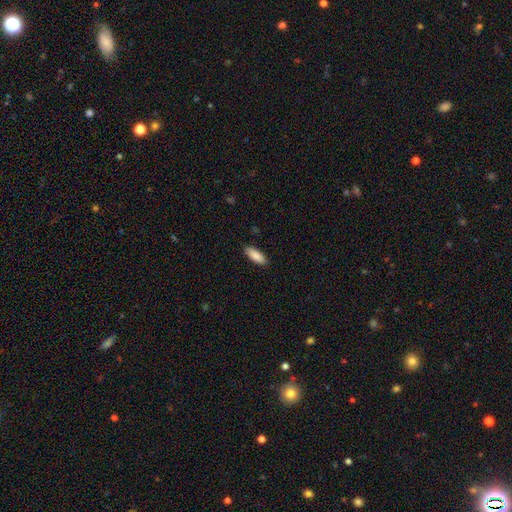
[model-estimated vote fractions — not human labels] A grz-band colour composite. It shows a smooth galaxy with no disk features (88%) that is in between round and cigar-shaped (69%). Merging: none (87%).